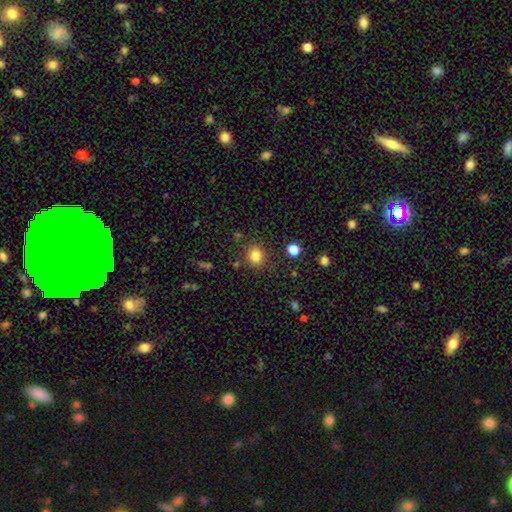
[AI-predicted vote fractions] This appears to be a smooth galaxy with no disk features (83%) that is round (83%). Merging: none (84%).